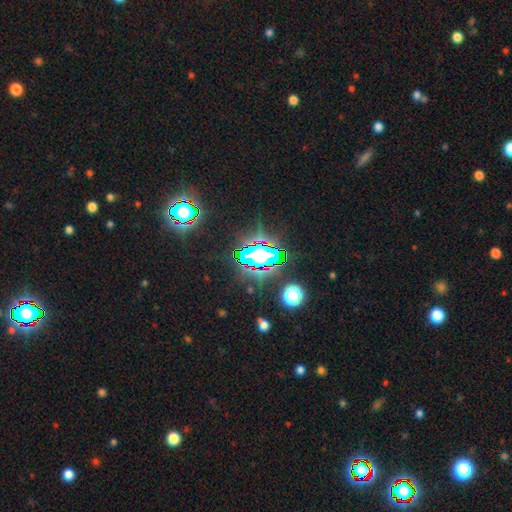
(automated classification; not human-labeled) smooth_or_featured: star or artifact (p=0.83) [alt: smooth p=0.10]